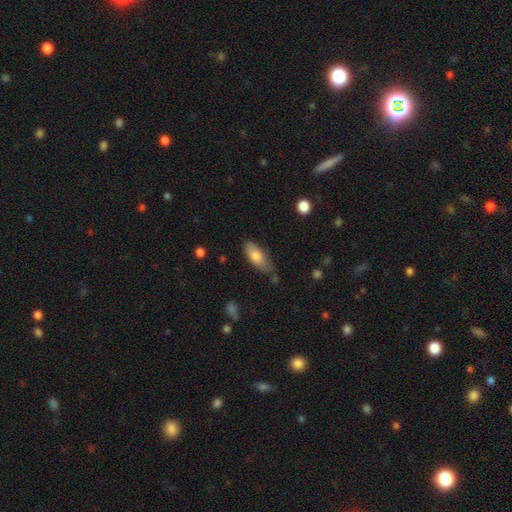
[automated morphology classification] type=smooth (78%); roundness=in between (77%); merging=none (58%).